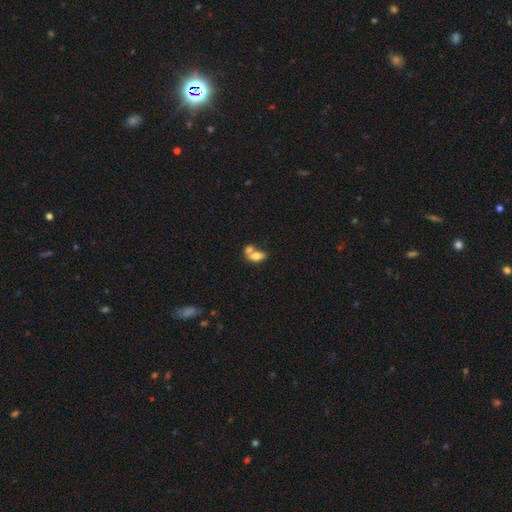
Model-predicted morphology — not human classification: smooth 73%, featured or disk 19%, star or artifact 8%. Down the decision tree: how rounded — in between (86%); merging — merger (61%).